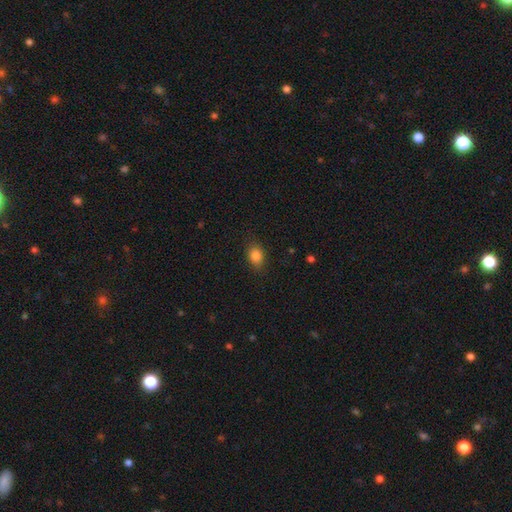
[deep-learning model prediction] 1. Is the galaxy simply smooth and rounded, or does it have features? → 84% smooth, 10% star or artifact, 6% featured or disk.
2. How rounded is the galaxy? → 68% in between, 30% round, 2% cigar-shaped.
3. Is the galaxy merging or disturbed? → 84% none, 12% minor disturbance, 3% major disturbance, 1% merger.